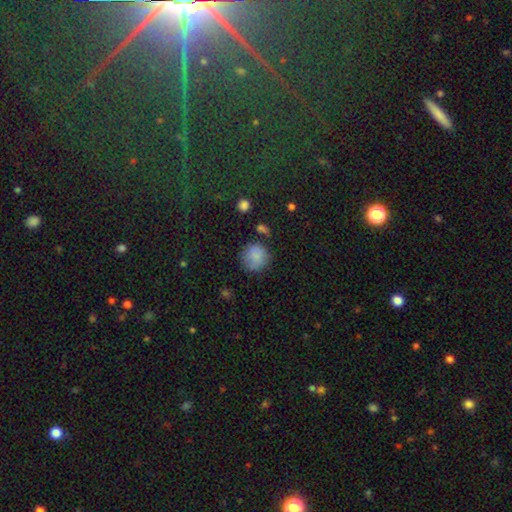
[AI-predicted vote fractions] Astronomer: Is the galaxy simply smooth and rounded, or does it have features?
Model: smooth — 82%.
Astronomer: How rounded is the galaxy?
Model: round — 90%.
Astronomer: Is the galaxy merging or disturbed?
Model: none — 71%.